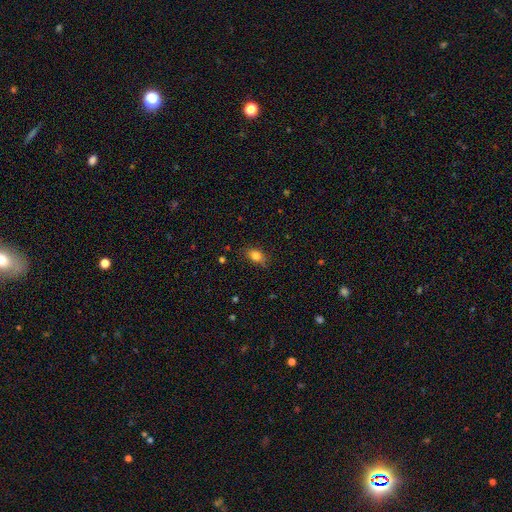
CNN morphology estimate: The model was most divided on "how rounded": in between: 78%, round: 19%, cigar-shaped: 4%. More confident: smooth or featured — smooth (82%); merging — none (80%).